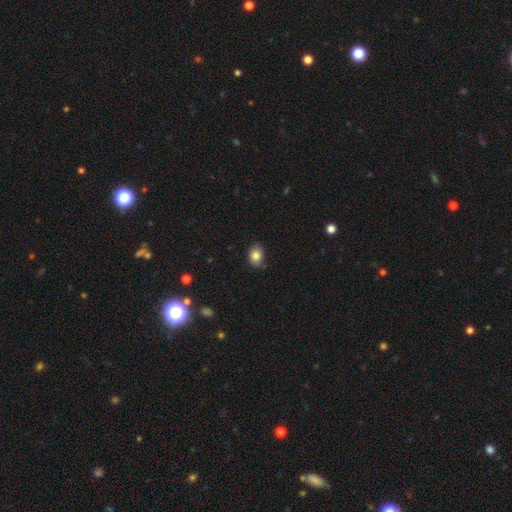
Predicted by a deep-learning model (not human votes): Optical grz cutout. It shows a smooth galaxy with no disk features (84%) that is in between round and cigar-shaped (75%). Merging: none (81%).